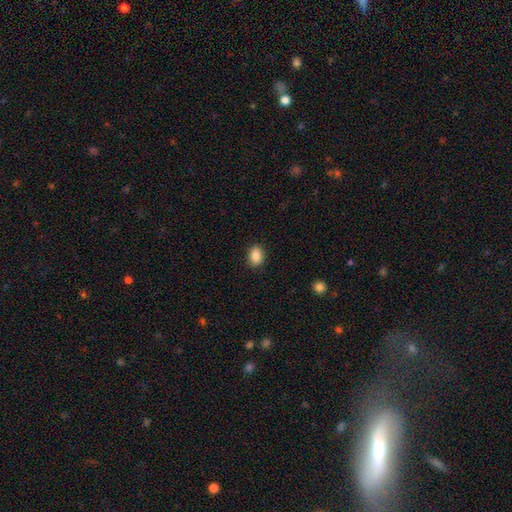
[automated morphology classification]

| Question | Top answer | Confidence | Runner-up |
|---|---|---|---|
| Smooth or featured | smooth | 88% | star or artifact (8%) |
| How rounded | in between | 71% | round (27%) |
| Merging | none | 89% | minor disturbance (8%) |